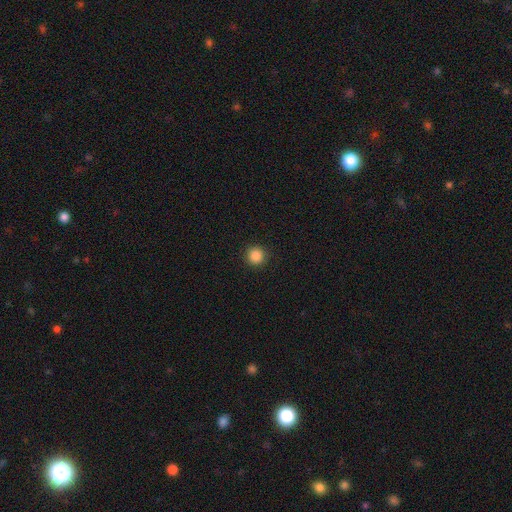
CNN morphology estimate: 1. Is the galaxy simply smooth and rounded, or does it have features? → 86% smooth, 11% star or artifact, 3% featured or disk.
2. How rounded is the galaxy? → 95% round, 4% in between, 1% cigar-shaped.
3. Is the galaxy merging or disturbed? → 92% none, 5% minor disturbance, 2% major disturbance, 1% merger.